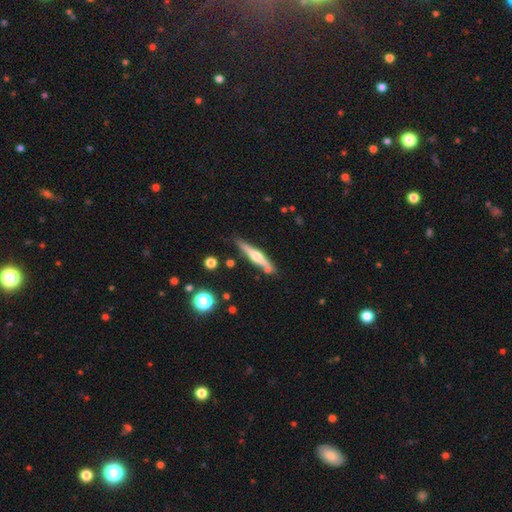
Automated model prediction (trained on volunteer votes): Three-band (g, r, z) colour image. It shows a featured or disk galaxy (65%) viewed edge-on (97%) with a rounded central bulge (88%). Merging: none (80%).